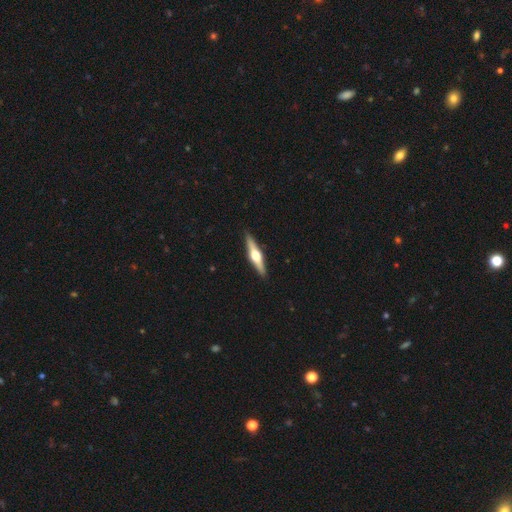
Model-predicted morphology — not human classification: smooth-or-featured: featured or disk: 69% | smooth: 26% | star or artifact: 5%
  disk-edge-on: yes: 97% | no: 3%
    edge-on-bulge: rounded: 94% | boxy: 4% | none: 2%
  merging: none: 91% | minor disturbance: 7% | major disturbance: 1% | merger: 1%